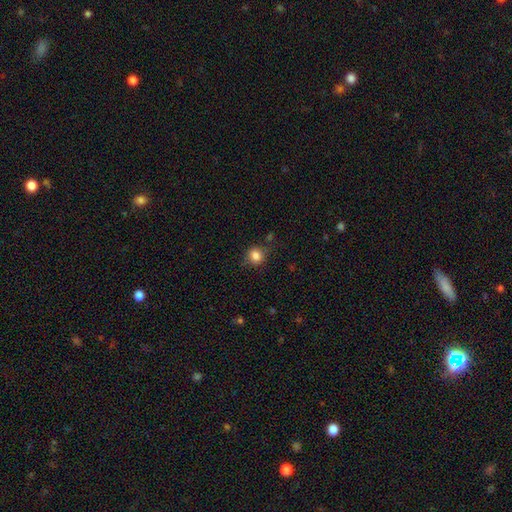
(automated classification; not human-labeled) smooth 83%, star or artifact 11%, featured or disk 6%. Down the decision tree: how rounded — round (76%); merging — none (77%).